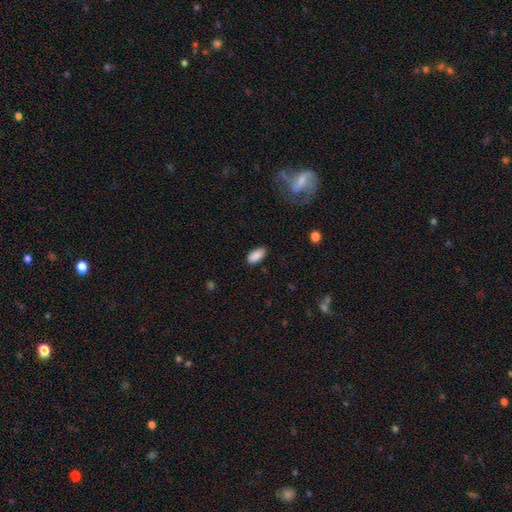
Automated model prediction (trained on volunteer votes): Smooth or featured: smooth — 88% (star or artifact — 7%)
How rounded: in between — 91% (cigar-shaped — 7%)
Merging: none — 83% (minor disturbance — 13%)